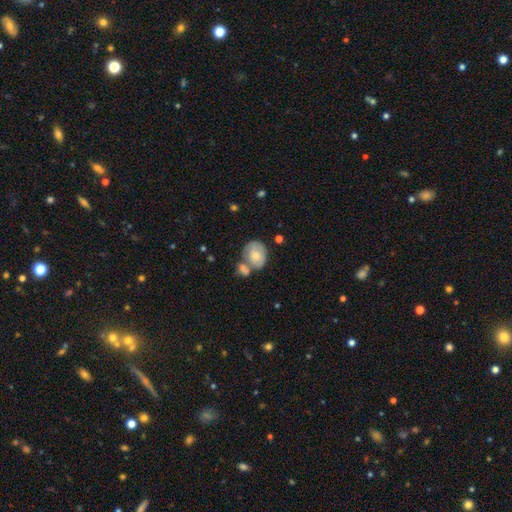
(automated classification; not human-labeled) The model was most divided on "merging": merger: 39%, none: 37%, minor disturbance: 17%, major disturbance: 7%. More confident: smooth or featured — smooth (65%); how rounded — round (56%).